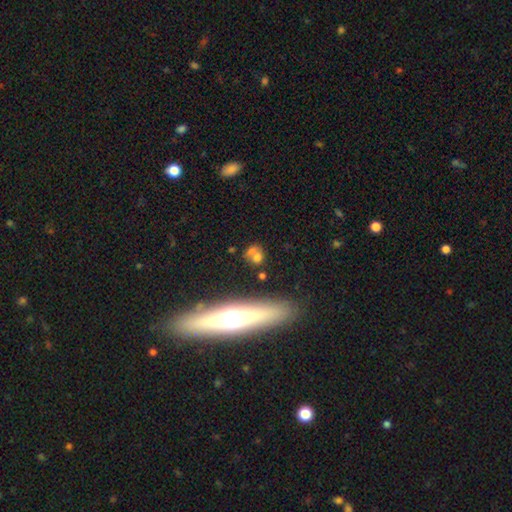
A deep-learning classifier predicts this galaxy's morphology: Smooth or featured? Predicted: smooth (p=0.62). How rounded? Predicted: round (p=0.59). Merging? Predicted: none (p=0.52).